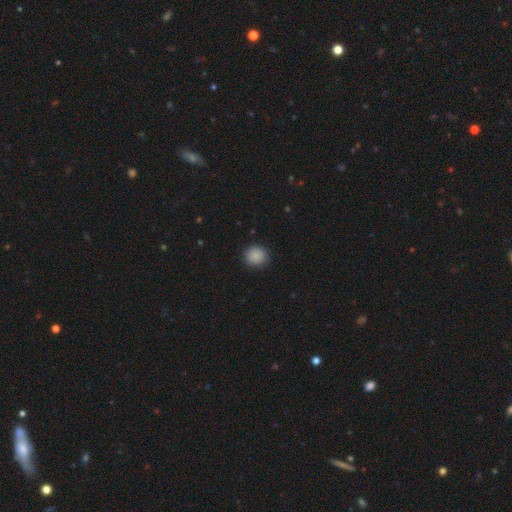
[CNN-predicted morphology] smooth 87%, star or artifact 9%, featured or disk 4%. Down the decision tree: how rounded — round (89%); merging — none (88%).